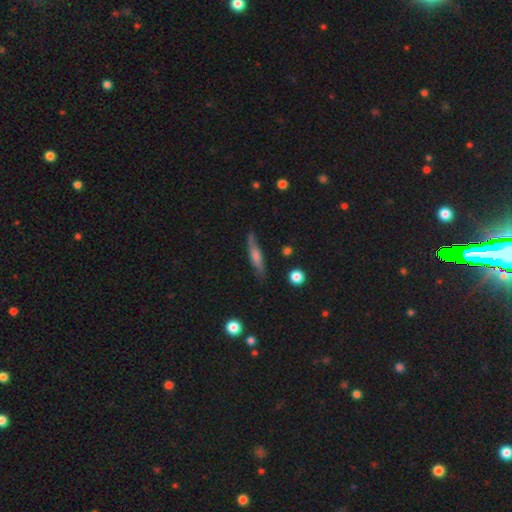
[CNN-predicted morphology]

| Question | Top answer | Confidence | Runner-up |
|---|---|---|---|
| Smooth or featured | smooth | 47% | featured or disk (45%) |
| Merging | none | 79% | minor disturbance (16%) |